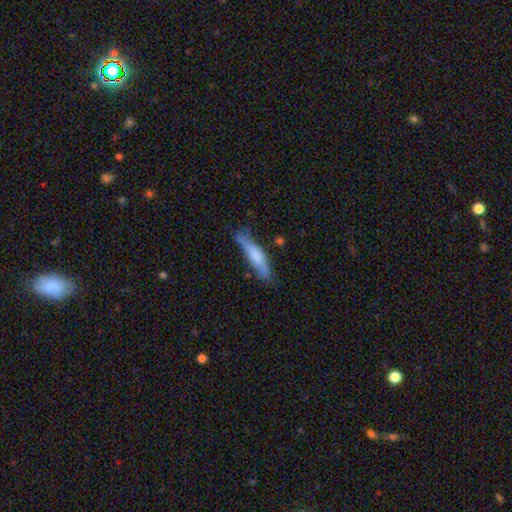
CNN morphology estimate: This is likely a smooth galaxy (67%). How rounded: clearly cigar-shaped (85%). Merging: likely none (69%).